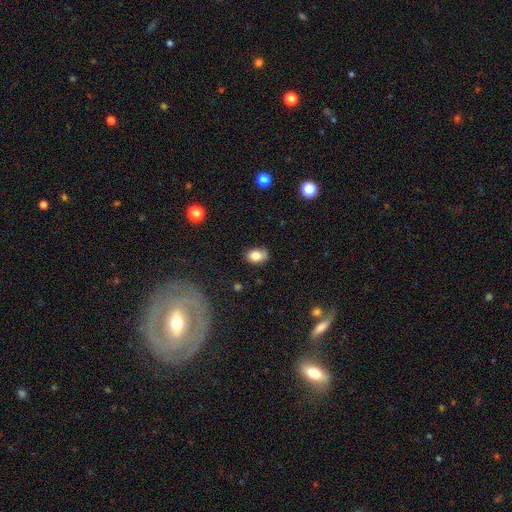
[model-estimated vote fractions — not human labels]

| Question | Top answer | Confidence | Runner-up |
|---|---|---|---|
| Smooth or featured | smooth | 82% | star or artifact (9%) |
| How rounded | in between | 81% | round (18%) |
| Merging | none | 68% | minor disturbance (25%) |